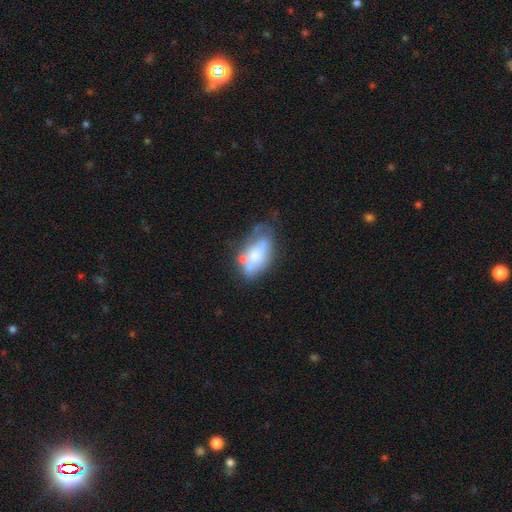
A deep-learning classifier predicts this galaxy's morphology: type=smooth (51%); roundness=in between (90%); merging=none (37%).